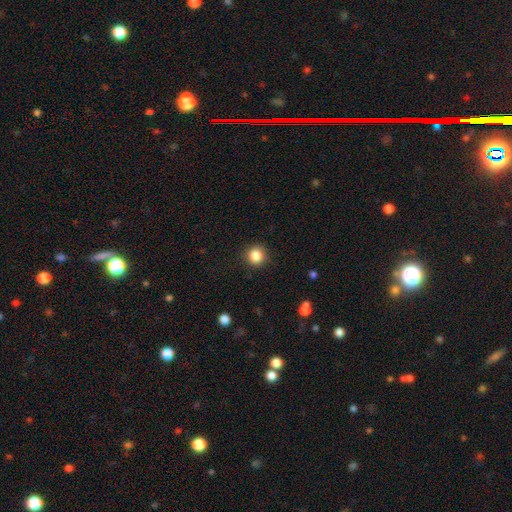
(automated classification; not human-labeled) A smooth galaxy with no disk features (85%) that is round (92%).

Vote fractions:
- Smooth or featured? smooth: 85% / star or artifact: 11% / featured or disk: 4%
- How rounded? round: 92% / in between: 7% / cigar-shaped: 1%
- Merging? none: 90% / minor disturbance: 7% / major disturbance: 2% / merger: 1%